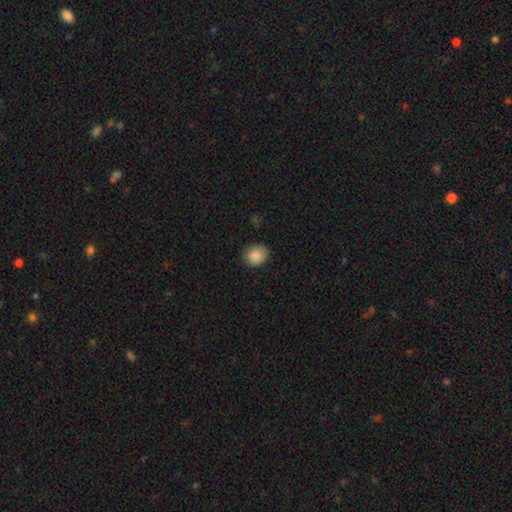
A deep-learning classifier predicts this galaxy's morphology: Overall: smooth (87%). How rounded: round (63%; in between 36%). Merging: none (76%).